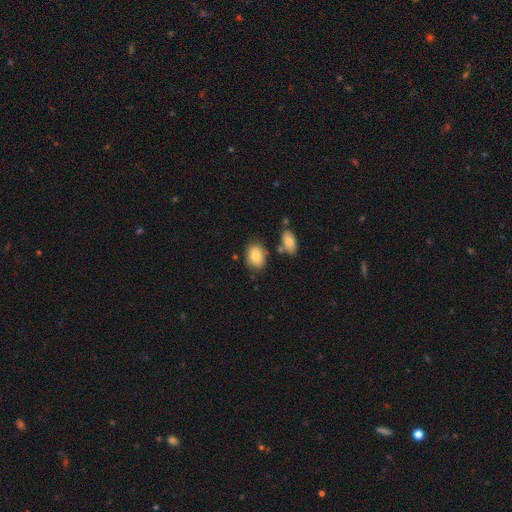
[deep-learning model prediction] Smooth or featured?
  - smooth: 81% *
  - featured or disk: 10%
  - star or artifact: 8%
How rounded?
  - in between: 72% *
  - round: 27%
  - cigar-shaped: 1%
Merging?
  - none: 75% *
  - minor disturbance: 13%
  - merger: 8%
  - major disturbance: 3%